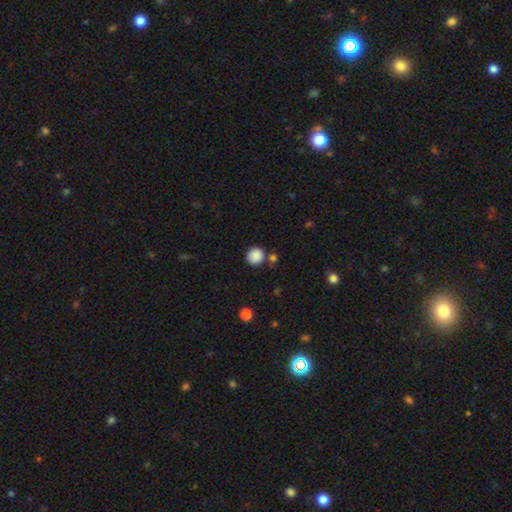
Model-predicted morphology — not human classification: This is clearly a smooth galaxy (87%). How rounded: clearly round (94%). Merging: clearly none (81%).